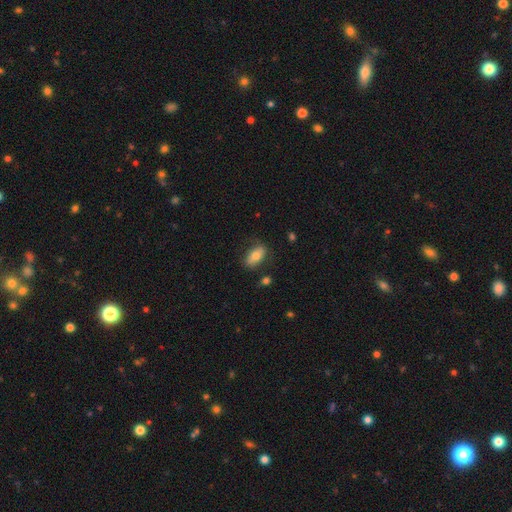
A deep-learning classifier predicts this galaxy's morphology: A smooth galaxy with no disk features (71%) that is in between round and cigar-shaped (86%). Merging: none (73%).